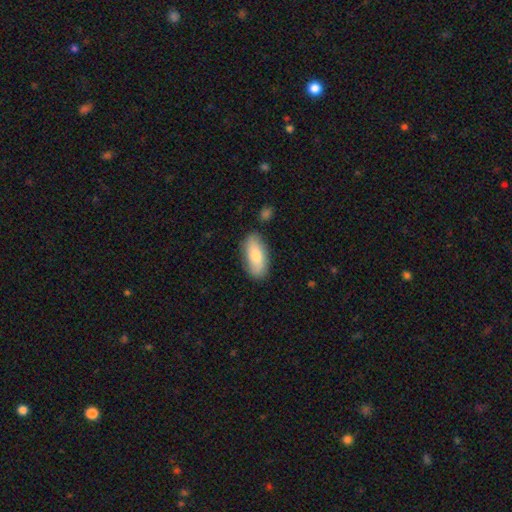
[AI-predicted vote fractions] Smooth or featured? Predicted: smooth (p=0.77). How rounded? Predicted: in between (p=0.90). Merging? Predicted: none (p=0.79).